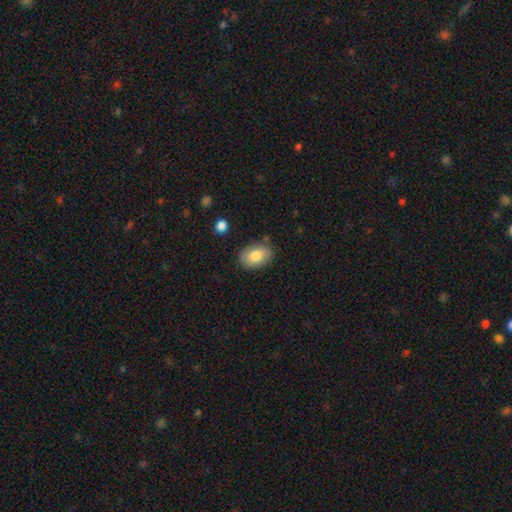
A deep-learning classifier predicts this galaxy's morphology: Smooth or featured? smooth (81%)
How rounded? in between (85%)
Merging? none (81%)